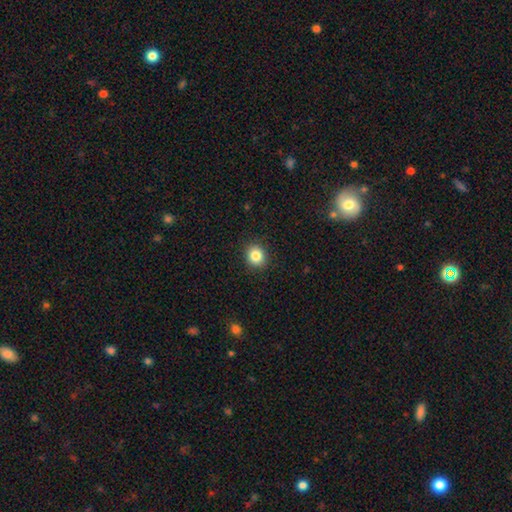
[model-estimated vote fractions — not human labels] smooth_or_featured: smooth (p=0.85) [alt: star or artifact p=0.10]
how_rounded: round (p=0.80) [alt: in between p=0.19]
merging: none (p=0.91) [alt: minor disturbance p=0.06]